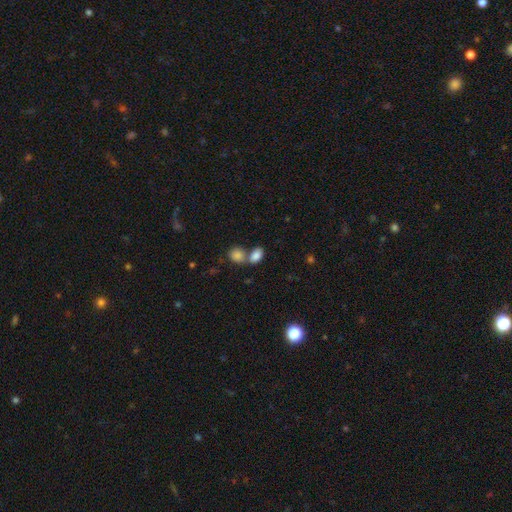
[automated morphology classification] The model was most divided on "merging": merger: 47%, none: 41%, minor disturbance: 9%, major disturbance: 3%. More confident: smooth or featured — smooth (85%); how rounded — in between (83%).